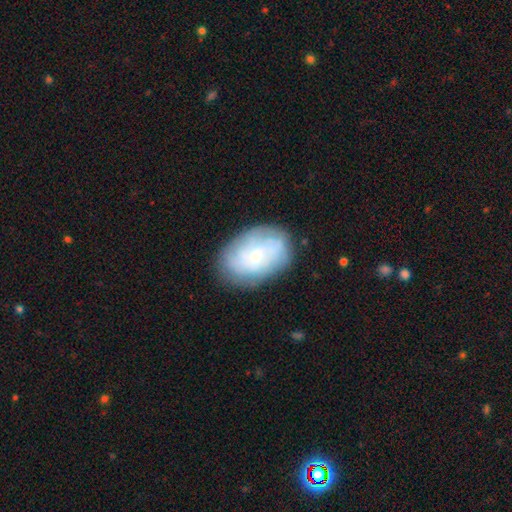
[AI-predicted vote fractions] featured or disk 50%, smooth 42%, star or artifact 8%. Down the decision tree: merging — none (74%).